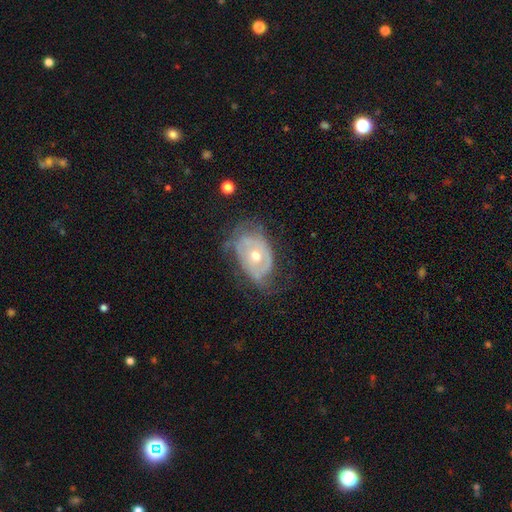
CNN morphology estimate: Overall: featured or disk (73%). Edge-on disk: no (95%). Bar: no (82%). Spiral arms: yes (69%; no 31%). Bulge size: moderate (64%; small 31%). Merging: none (46%; minor disturbance 30%).